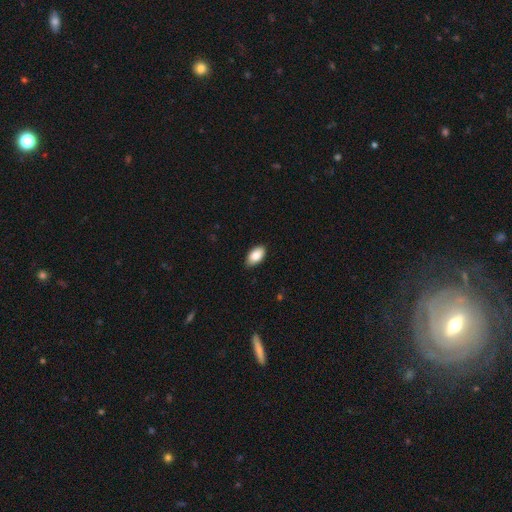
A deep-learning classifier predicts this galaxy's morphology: A smooth galaxy with no disk features (86%) that is in between round and cigar-shaped (94%).

Vote fractions:
- Smooth or featured? smooth: 86% / featured or disk: 7% / star or artifact: 7%
- How rounded? in between: 94% / round: 3% / cigar-shaped: 2%
- Merging? none: 85% / minor disturbance: 13% / major disturbance: 2% / merger: 1%